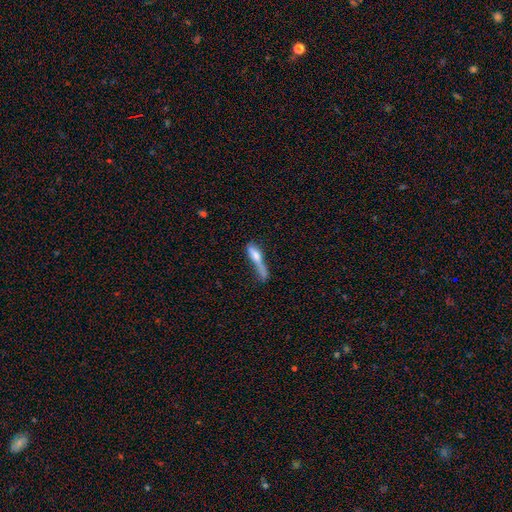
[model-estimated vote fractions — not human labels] Q: Smooth or featured?
A: smooth (62%); runner-up: featured or disk (30%)
Q: How rounded?
A: cigar-shaped (77%); runner-up: in between (20%)
Q: Merging?
A: none (27%); runner-up: major disturbance (26%)